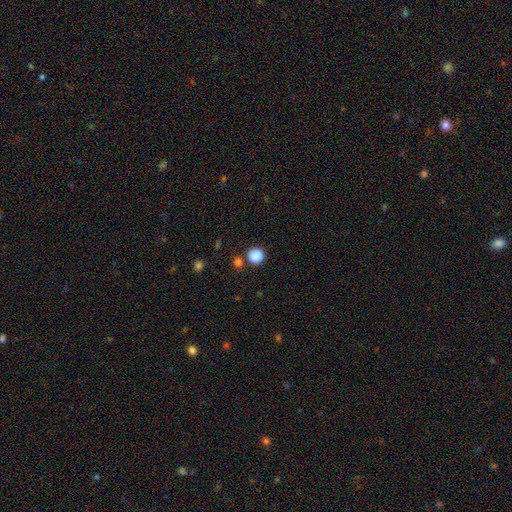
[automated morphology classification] A smooth galaxy with no disk features (87%) that is round (91%).

Vote fractions:
- Smooth or featured? smooth: 87% / star or artifact: 10% / featured or disk: 3%
- How rounded? round: 91% / in between: 8% / cigar-shaped: 1%
- Merging? none: 78% / minor disturbance: 10% / merger: 10% / major disturbance: 3%